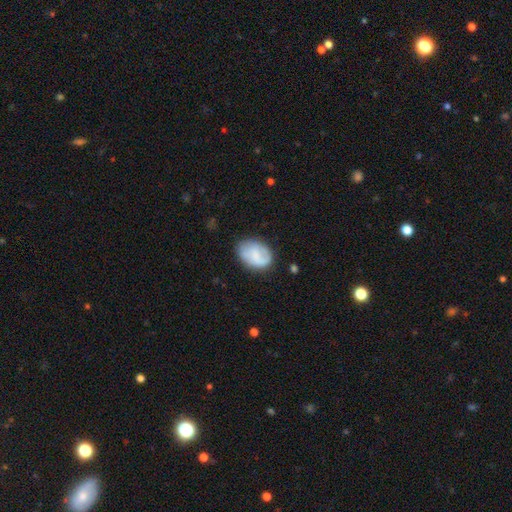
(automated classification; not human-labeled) A smooth galaxy with no disk features (65%) that is in between round and cigar-shaped (76%). Merging: none (64%).